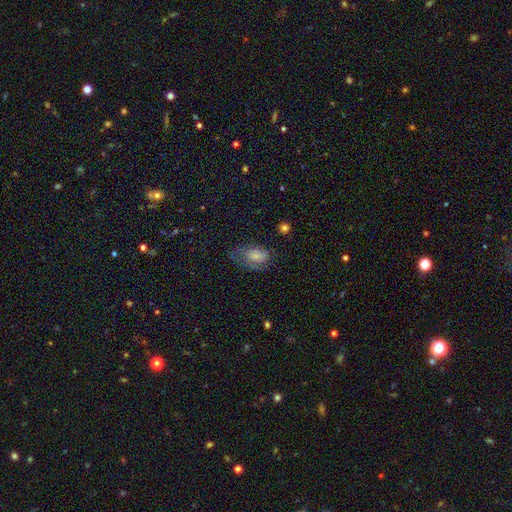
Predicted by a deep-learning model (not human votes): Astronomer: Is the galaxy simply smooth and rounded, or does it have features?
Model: smooth — 49% (runner-up: featured or disk, 43%).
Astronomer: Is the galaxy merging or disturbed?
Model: none — 43% (runner-up: minor disturbance, 28%).